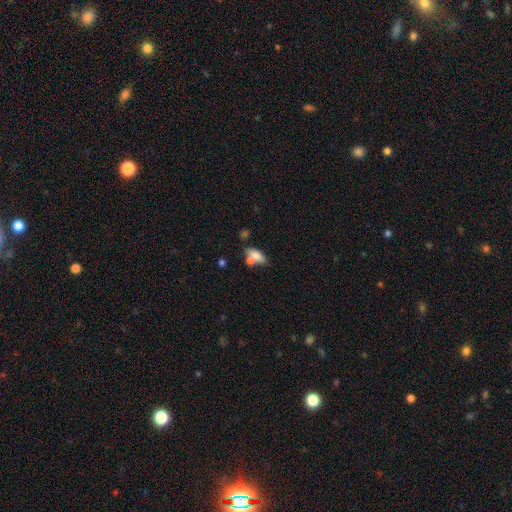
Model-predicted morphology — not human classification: Smooth or featured?
  - smooth: 76% *
  - featured or disk: 16%
  - star or artifact: 8%
How rounded?
  - in between: 73% *
  - cigar-shaped: 23%
  - round: 4%
Merging?
  - none: 48% *
  - merger: 32%
  - minor disturbance: 15%
  - major disturbance: 6%